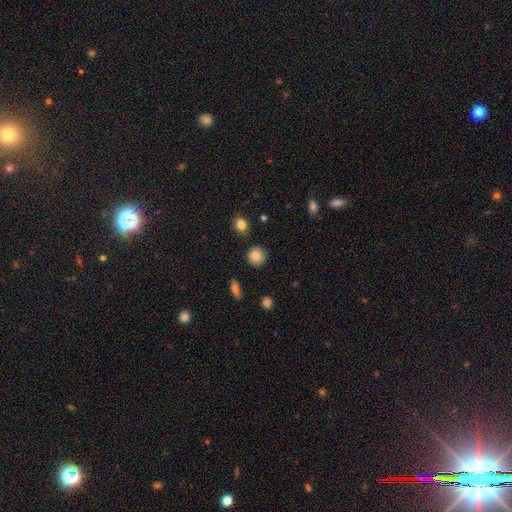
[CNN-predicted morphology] This appears to be a smooth galaxy with no disk features (84%) that is round (90%). Merging: none (87%).